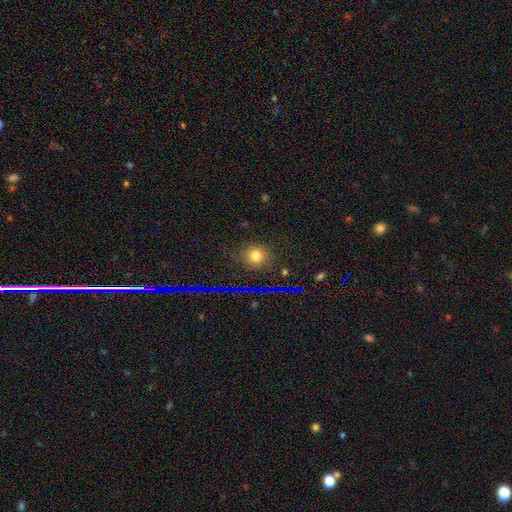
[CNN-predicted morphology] smooth_or_featured: smooth (p=0.72) [alt: star or artifact p=0.19]
how_rounded: round (p=0.81) [alt: in between p=0.18]
merging: none (p=0.84) [alt: minor disturbance p=0.10]